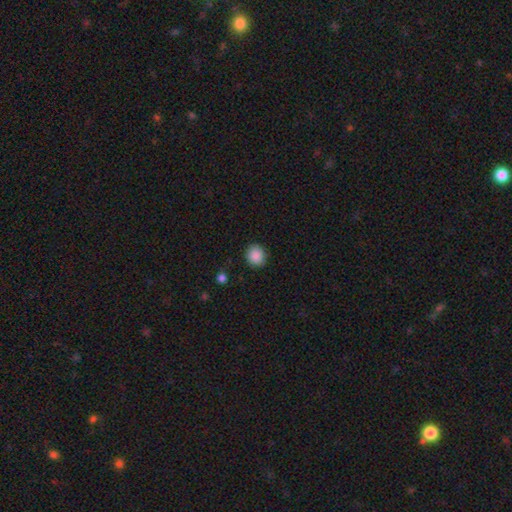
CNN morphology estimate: Smooth or featured? Predicted: smooth (p=0.88). How rounded? Predicted: round (p=0.82). Merging? Predicted: none (p=0.89).